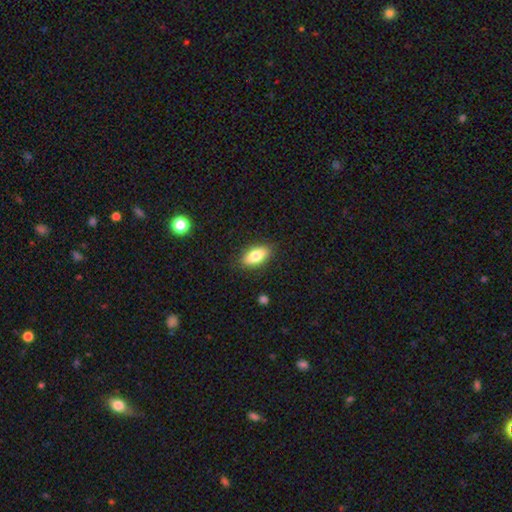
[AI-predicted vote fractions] This is likely a smooth galaxy (79%). How rounded: clearly in between (88%). Merging: clearly none (86%).